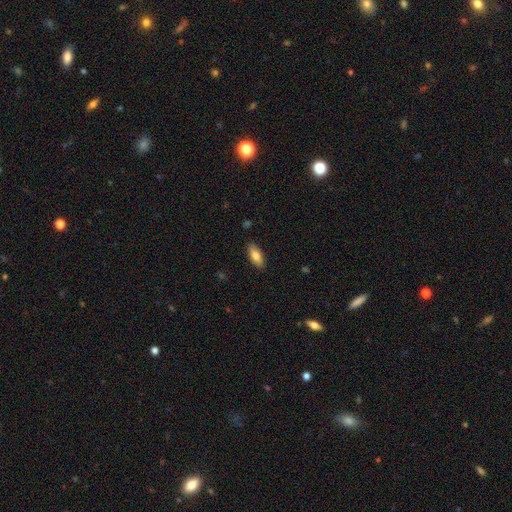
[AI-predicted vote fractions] Smooth or featured: smooth — 80% (featured or disk — 14%)
How rounded: in between — 78% (cigar-shaped — 20%)
Merging: none — 87% (minor disturbance — 10%)